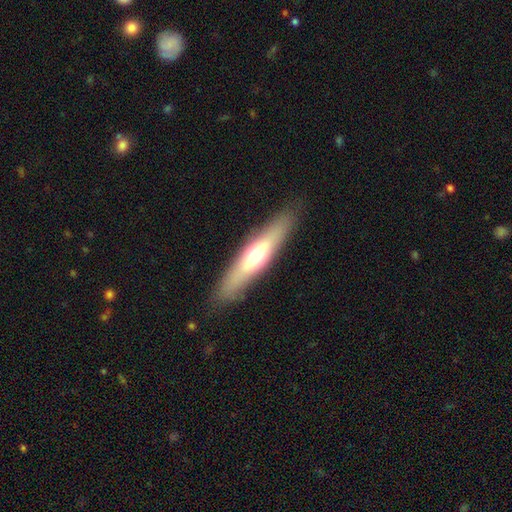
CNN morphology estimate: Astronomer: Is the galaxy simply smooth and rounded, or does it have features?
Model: smooth — 49% (runner-up: featured or disk, 45%).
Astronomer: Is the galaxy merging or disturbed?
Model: none — 87%.